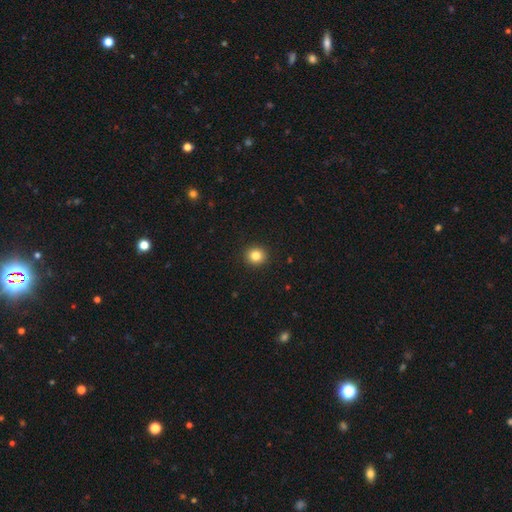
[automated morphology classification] The model was most divided on "smooth or featured": smooth: 84%, star or artifact: 11%, featured or disk: 6%. More confident: merging — none (93%); how rounded — round (87%).